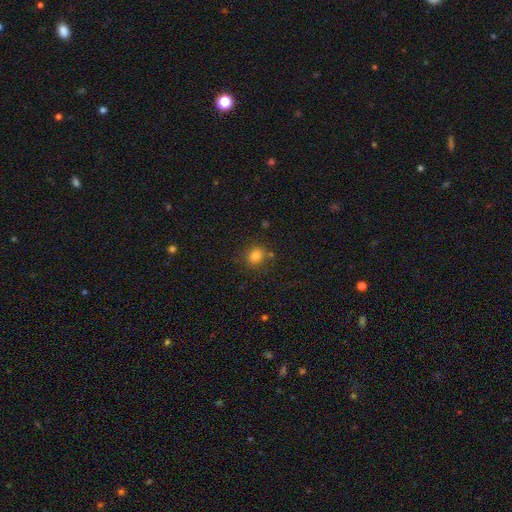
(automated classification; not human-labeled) Morphology: type=smooth (80%); roundness=round (72%); merging=none (78%).